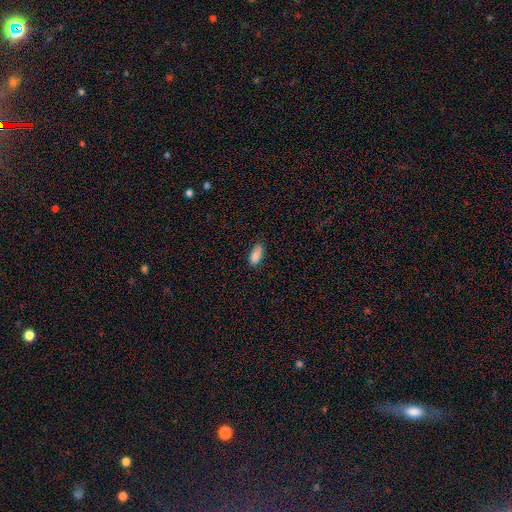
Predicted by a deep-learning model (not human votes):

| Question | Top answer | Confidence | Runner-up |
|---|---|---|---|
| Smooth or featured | smooth | 87% | star or artifact (8%) |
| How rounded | in between | 82% | cigar-shaped (15%) |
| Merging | none | 77% | minor disturbance (19%) |